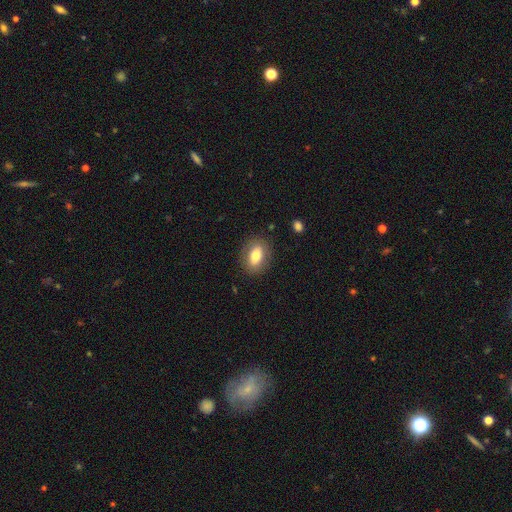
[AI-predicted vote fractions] Morphology: type=smooth (76%); roundness=in between (79%); merging=none (86%).